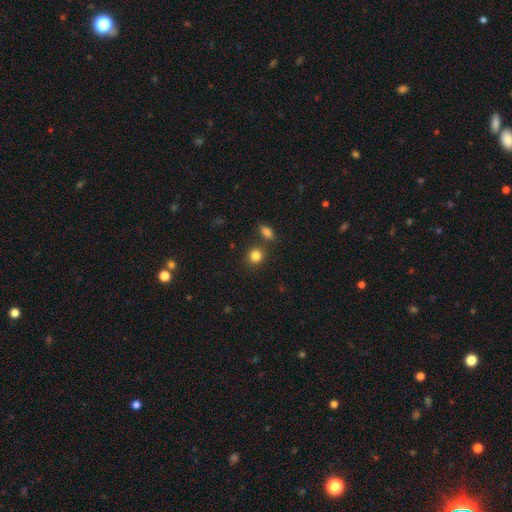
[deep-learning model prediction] Smooth or featured? Predicted: smooth (p=0.84). How rounded? Predicted: round (p=0.83). Merging? Predicted: none (p=0.76).